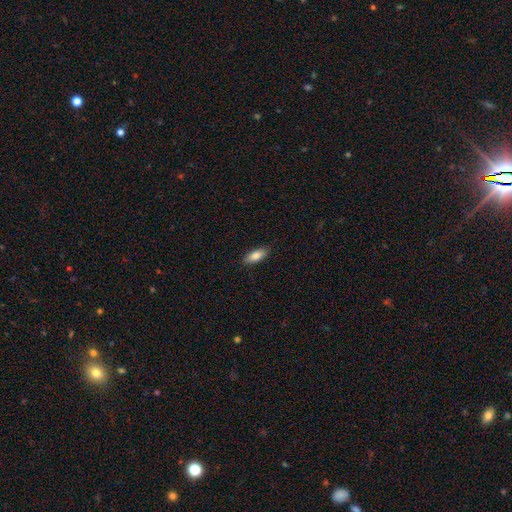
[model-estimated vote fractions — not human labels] smooth-or-featured: smooth: 83% | featured or disk: 11% | star or artifact: 6%
  how-rounded: in between: 76% | cigar-shaped: 22% | round: 2%
  merging: none: 87% | minor disturbance: 10% | major disturbance: 2% | merger: 1%